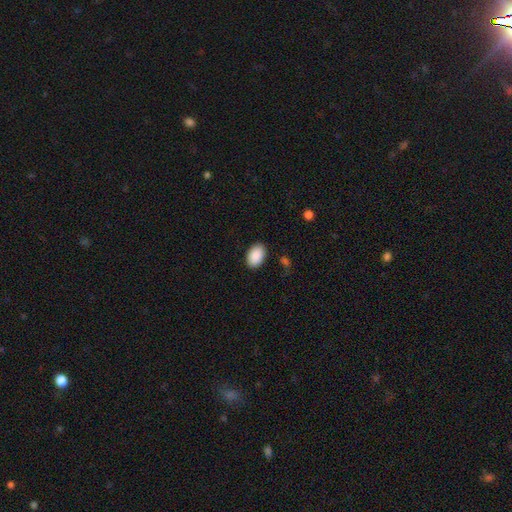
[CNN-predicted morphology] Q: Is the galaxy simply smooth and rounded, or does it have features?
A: smooth — 91%.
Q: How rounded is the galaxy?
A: in between — 91%.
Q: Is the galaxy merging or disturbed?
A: none — 87%.